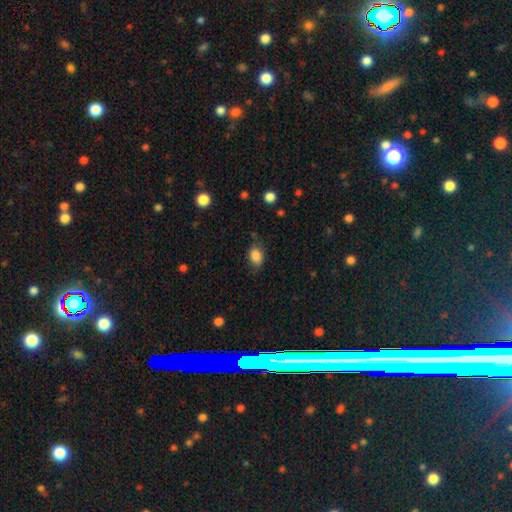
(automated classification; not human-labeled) Overall: smooth (86%). How rounded: in between (78%). Merging: none (71%).